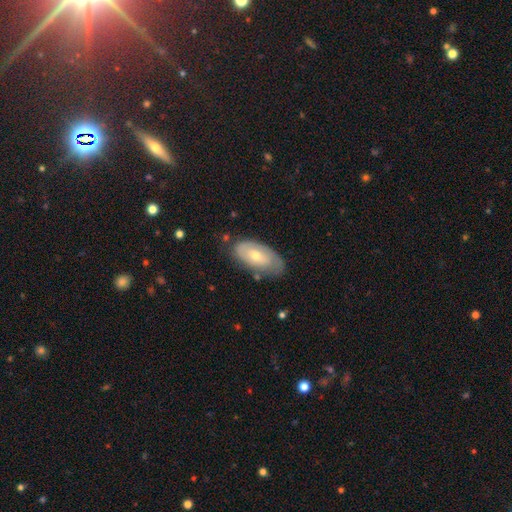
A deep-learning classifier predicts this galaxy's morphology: Overall: featured or disk (52%; smooth 42%). Edge-on disk: no (89%). Merging: none (68%).